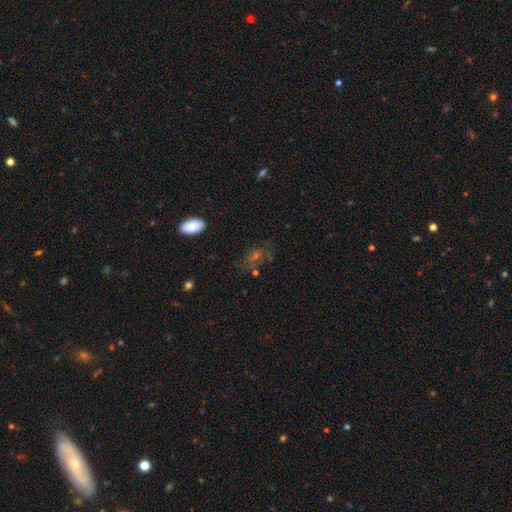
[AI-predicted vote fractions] Smooth or featured? Predicted: smooth (p=0.43). Merging? Predicted: none (p=0.69).